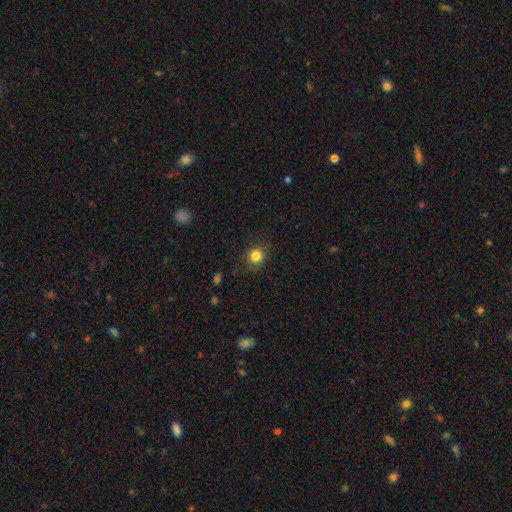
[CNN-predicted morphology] smooth_or_featured: smooth (p=0.83) [alt: star or artifact p=0.12]
how_rounded: round (p=0.87) [alt: in between p=0.12]
merging: none (p=0.85) [alt: minor disturbance p=0.10]